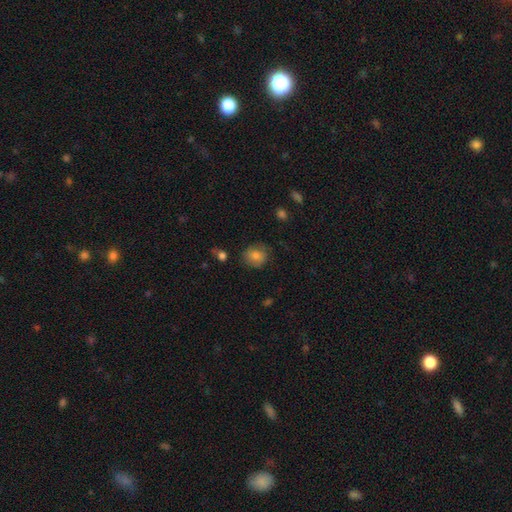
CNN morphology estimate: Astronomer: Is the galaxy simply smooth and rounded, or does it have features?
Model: smooth — 79%.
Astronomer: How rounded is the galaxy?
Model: round — 72%.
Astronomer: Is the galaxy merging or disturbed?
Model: none — 75%.